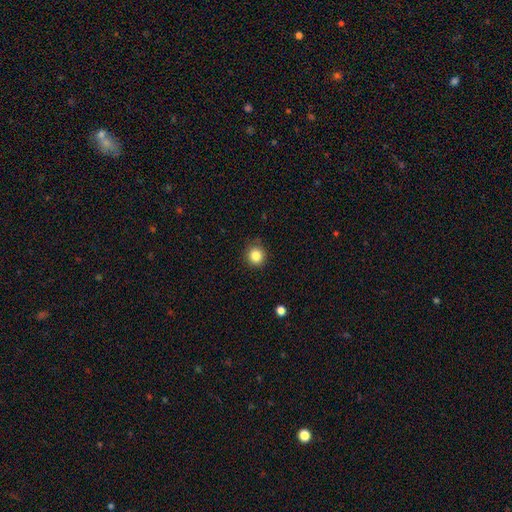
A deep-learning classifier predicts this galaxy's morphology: A smooth galaxy with no disk features (85%) that is round (88%).

Vote fractions:
- Smooth or featured? smooth: 85% / star or artifact: 11% / featured or disk: 5%
- How rounded? round: 88% / in between: 11% / cigar-shaped: 1%
- Merging? none: 85% / minor disturbance: 11% / major disturbance: 3% / merger: 1%